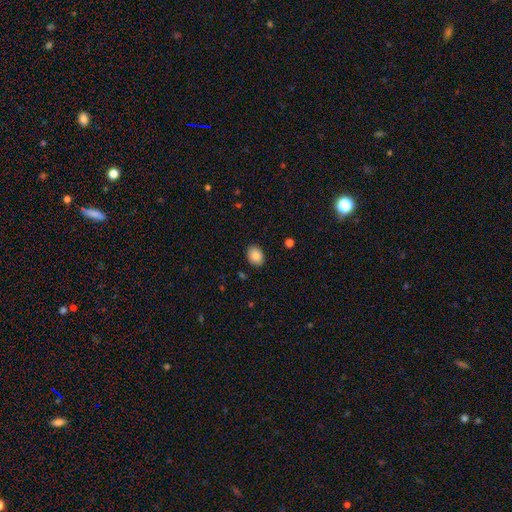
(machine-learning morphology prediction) smooth 87%, star or artifact 8%, featured or disk 5%. Down the decision tree: how rounded — in between (65%); merging — none (87%).